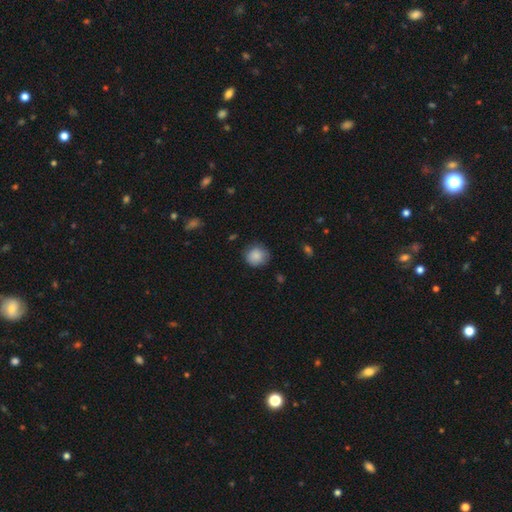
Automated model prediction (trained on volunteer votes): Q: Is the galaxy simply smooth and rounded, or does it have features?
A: smooth — 86%.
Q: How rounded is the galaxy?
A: round — 88%.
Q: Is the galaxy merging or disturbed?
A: none — 79%.